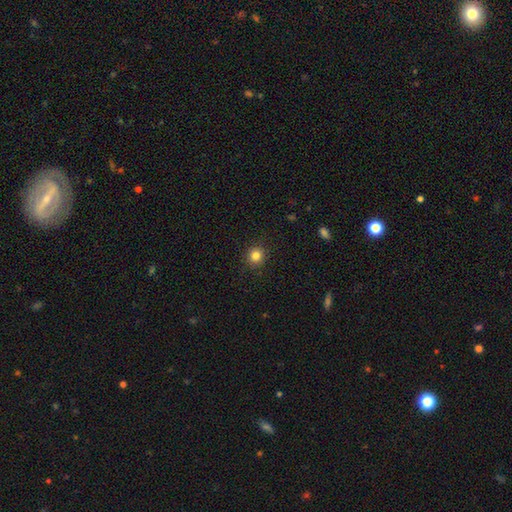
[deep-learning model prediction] Morphology: type=smooth (83%); roundness=round (92%); merging=none (91%).